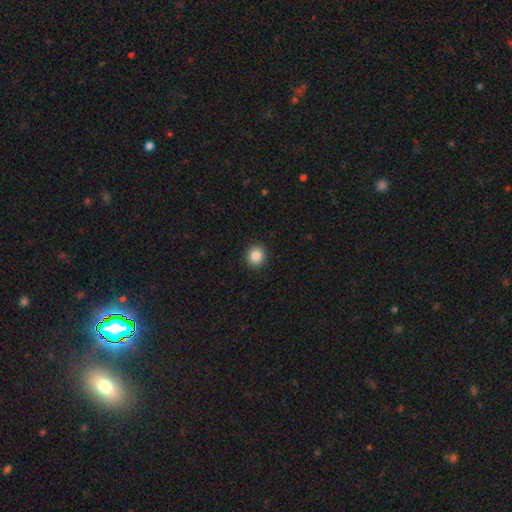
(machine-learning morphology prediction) type=smooth (86%); roundness=round (85%); merging=none (92%).